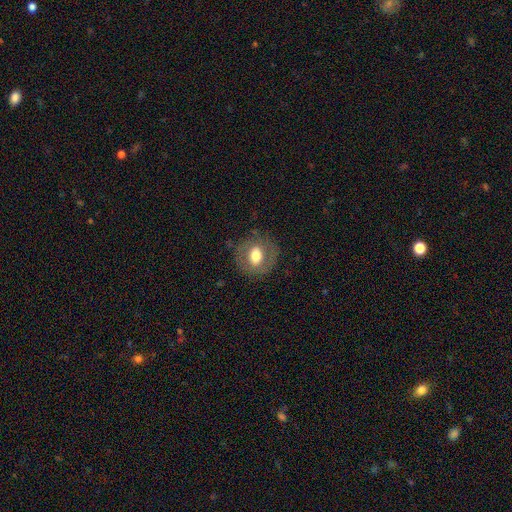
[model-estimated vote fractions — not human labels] Morphology: type=smooth (57%); roundness=round (62%); merging=none (76%).